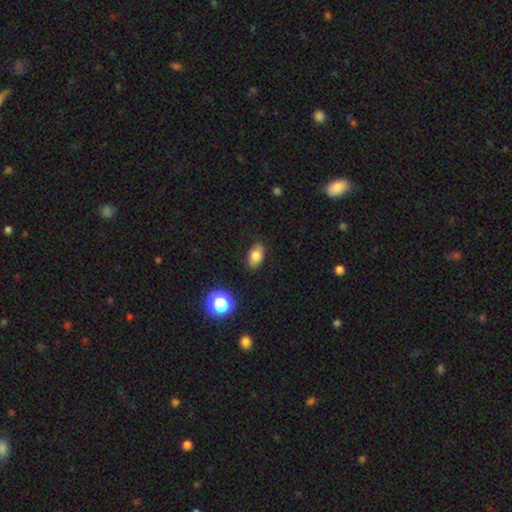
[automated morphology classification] Overall: smooth (79%). How rounded: in between (88%). Merging: none (86%).